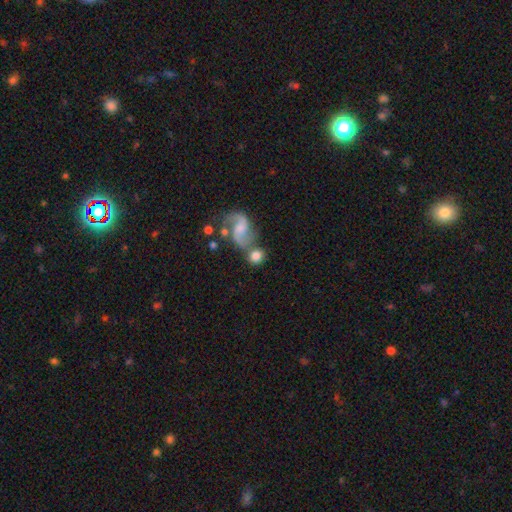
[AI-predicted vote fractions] Overall: smooth (59%; featured or disk 33%). How rounded: round (78%). Merging: none (53%; merger 30%).